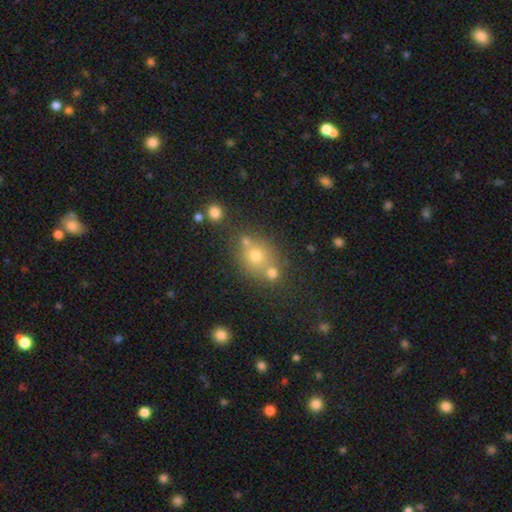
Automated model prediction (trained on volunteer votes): The model was most divided on "merging": none: 58%, merger: 28%, minor disturbance: 10%, major disturbance: 4%. More confident: how rounded — round (75%); smooth or featured — smooth (57%).